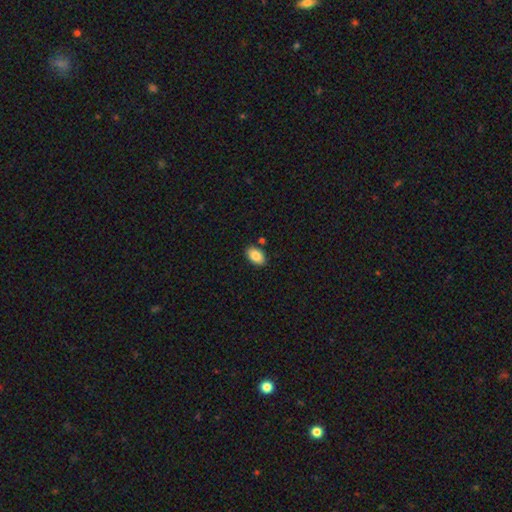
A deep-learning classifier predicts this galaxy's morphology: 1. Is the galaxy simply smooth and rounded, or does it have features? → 86% smooth, 7% star or artifact, 7% featured or disk.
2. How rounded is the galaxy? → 93% in between, 6% round, 1% cigar-shaped.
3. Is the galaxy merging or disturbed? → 86% none, 9% minor disturbance, 3% merger, 2% major disturbance.